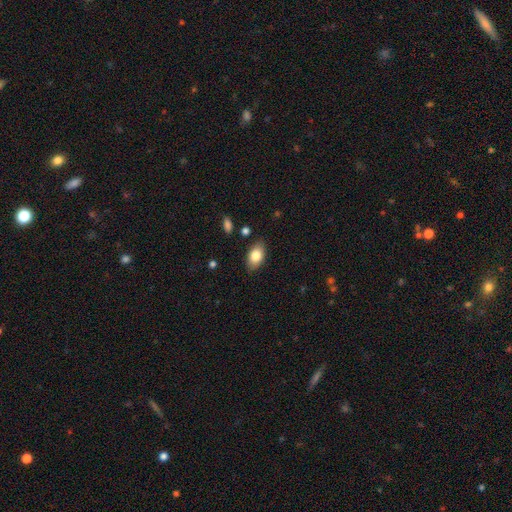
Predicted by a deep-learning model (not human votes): This appears to be a smooth galaxy with no disk features (81%) that is in between round and cigar-shaped (91%). Merging: none (84%).